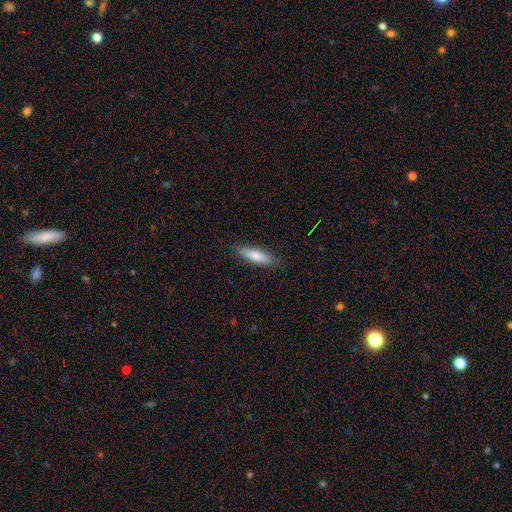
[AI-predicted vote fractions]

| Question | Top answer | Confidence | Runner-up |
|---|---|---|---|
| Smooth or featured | smooth | 77% | featured or disk (17%) |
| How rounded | cigar-shaped | 60% | in between (38%) |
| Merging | none | 85% | minor disturbance (11%) |